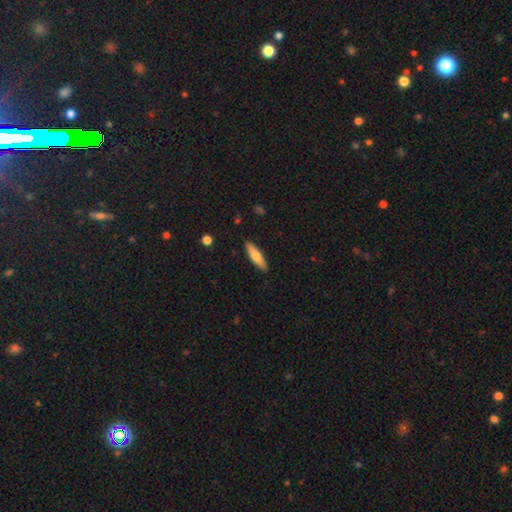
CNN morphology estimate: Smooth or featured?
  - smooth: 66% *
  - featured or disk: 28%
  - star or artifact: 6%
How rounded?
  - cigar-shaped: 73% *
  - in between: 25%
  - round: 2%
Merging?
  - none: 89% *
  - minor disturbance: 8%
  - major disturbance: 2%
  - merger: 1%